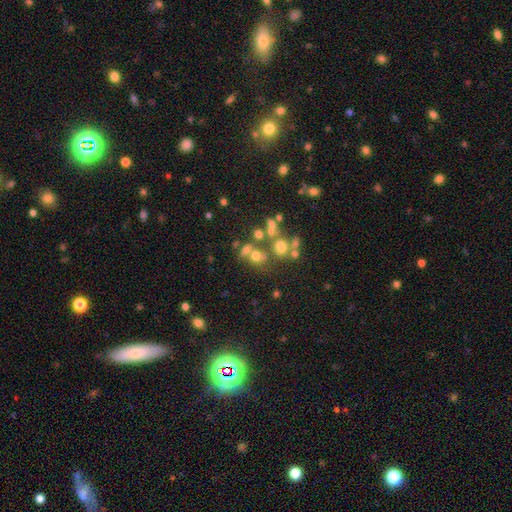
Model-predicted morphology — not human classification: smooth_or_featured: smooth (p=0.57) [alt: star or artifact p=0.22]
how_rounded: round (p=0.69) [alt: in between p=0.29]
merging: none (p=0.45) [alt: merger p=0.36]